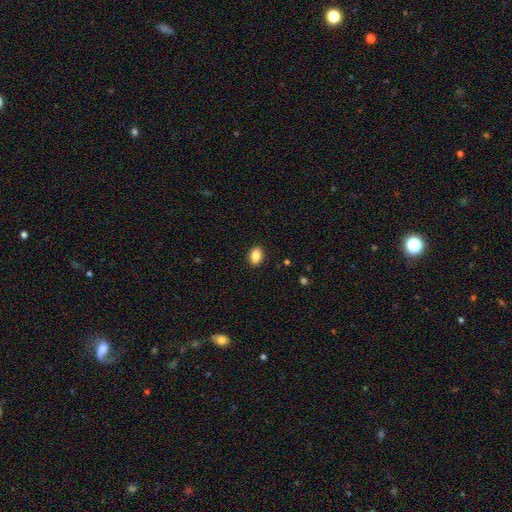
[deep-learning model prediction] smooth_or_featured: smooth (p=0.86) [alt: star or artifact p=0.08]
how_rounded: in between (p=0.79) [alt: round p=0.20]
merging: none (p=0.90) [alt: minor disturbance p=0.07]